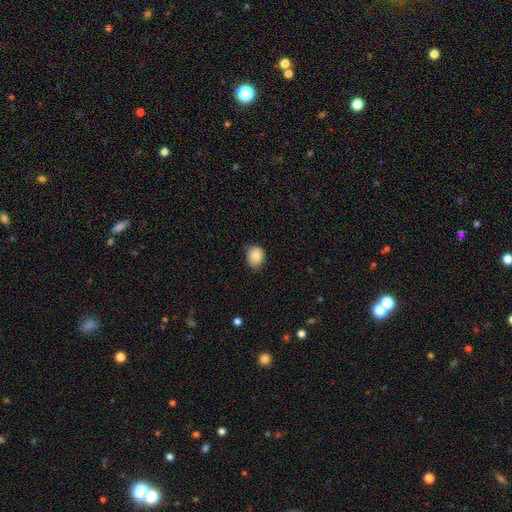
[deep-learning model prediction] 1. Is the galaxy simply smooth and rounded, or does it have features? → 86% smooth, 8% star or artifact, 6% featured or disk.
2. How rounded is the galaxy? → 55% round, 44% in between, 1% cigar-shaped.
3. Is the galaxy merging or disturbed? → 73% none, 23% minor disturbance, 3% major disturbance, 1% merger.